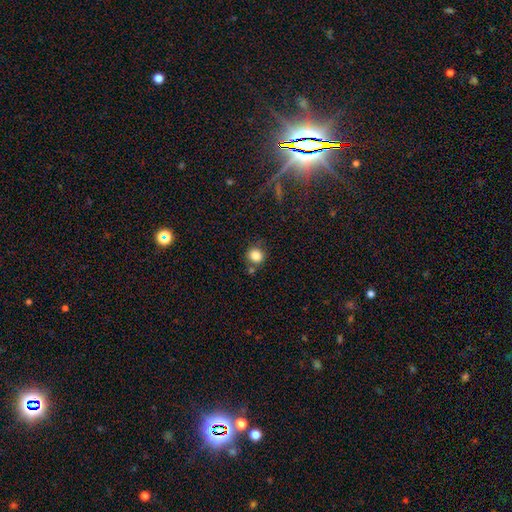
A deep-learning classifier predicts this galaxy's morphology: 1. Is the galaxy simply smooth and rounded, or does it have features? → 83% smooth, 11% star or artifact, 6% featured or disk.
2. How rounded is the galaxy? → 89% round, 11% in between, 1% cigar-shaped.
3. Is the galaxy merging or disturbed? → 73% none, 12% minor disturbance, 10% merger, 4% major disturbance.